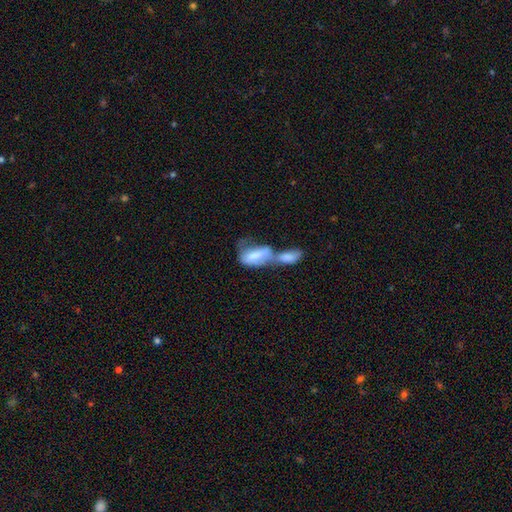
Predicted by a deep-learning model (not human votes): Smooth or featured?
  - smooth: 63% *
  - featured or disk: 30%
  - star or artifact: 7%
How rounded?
  - in between: 87% *
  - cigar-shaped: 10%
  - round: 4%
Merging?
  - merger: 76% *
  - major disturbance: 12%
  - none: 7%
  - minor disturbance: 6%